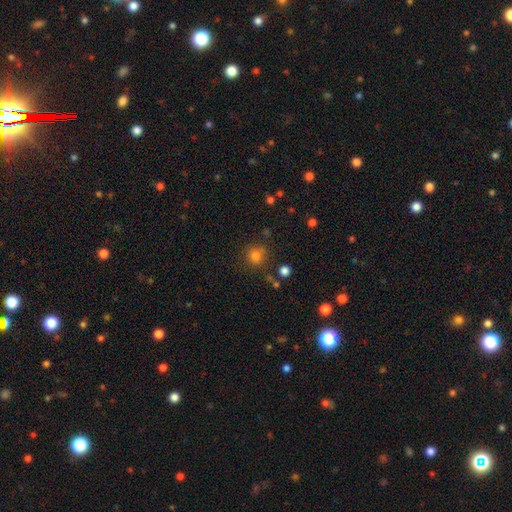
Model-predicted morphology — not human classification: A smooth galaxy with no disk features (79%) that is round (87%). Merging: none (77%).